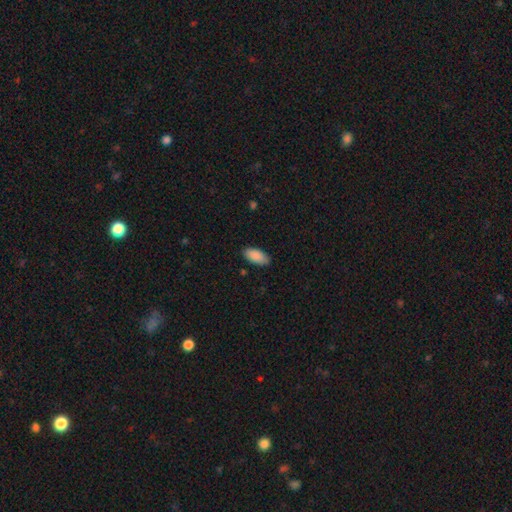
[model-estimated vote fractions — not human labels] Overall: smooth (90%). How rounded: in between (92%). Merging: none (85%).